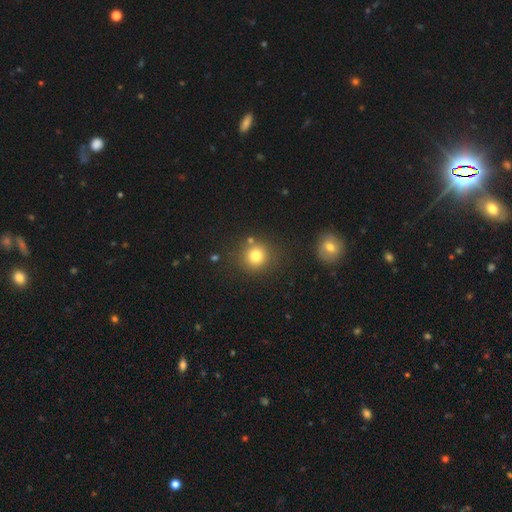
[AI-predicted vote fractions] A smooth galaxy with no disk features (79%) that is round (91%).

Vote fractions:
- Smooth or featured? smooth: 79% / star or artifact: 13% / featured or disk: 8%
- How rounded? round: 91% / in between: 9% / cigar-shaped: 1%
- Merging? none: 80% / minor disturbance: 9% / merger: 8% / major disturbance: 3%